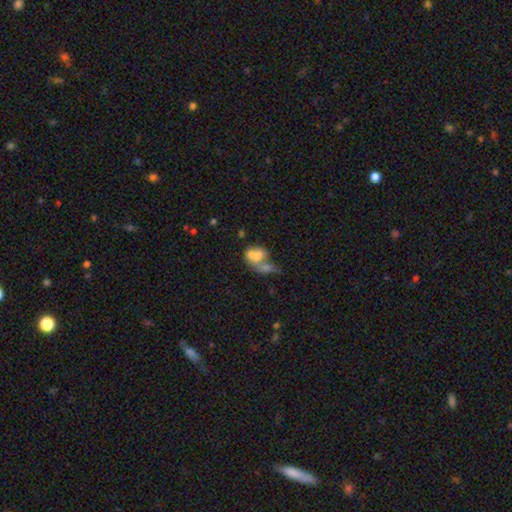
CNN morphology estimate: smooth 61%, featured or disk 28%, star or artifact 10%. Down the decision tree: how rounded — in between (65%); merging — merger (65%).